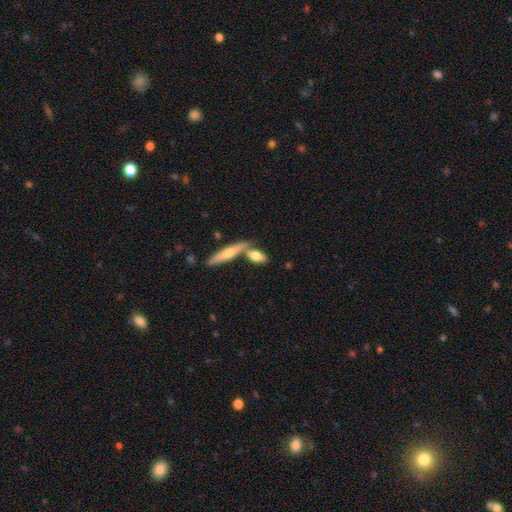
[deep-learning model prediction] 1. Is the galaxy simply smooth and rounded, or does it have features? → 71% smooth, 23% featured or disk, 6% star or artifact.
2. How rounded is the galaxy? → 65% in between, 30% cigar-shaped, 4% round.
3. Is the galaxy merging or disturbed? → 51% none, 34% merger, 11% minor disturbance, 3% major disturbance.